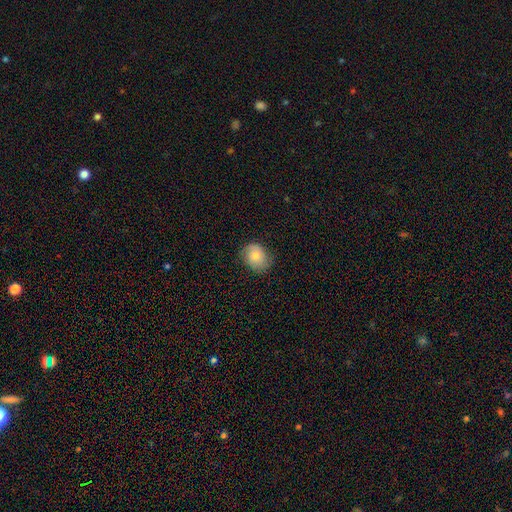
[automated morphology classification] Overall: smooth (74%). How rounded: round (56%; in between 43%). Merging: none (74%).